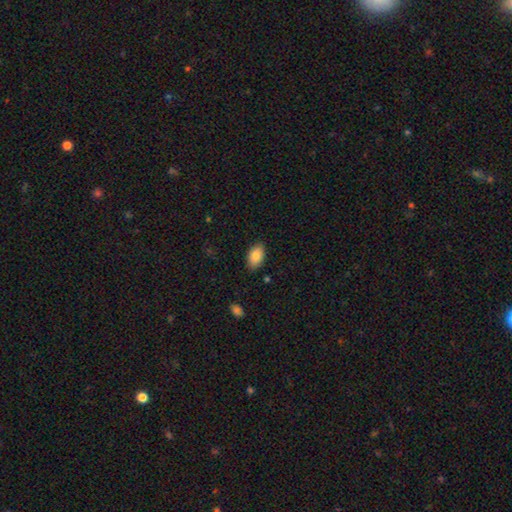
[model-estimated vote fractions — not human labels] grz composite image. It shows a smooth galaxy with no disk features (85%) that is in between round and cigar-shaped (92%). Merging: none (84%).